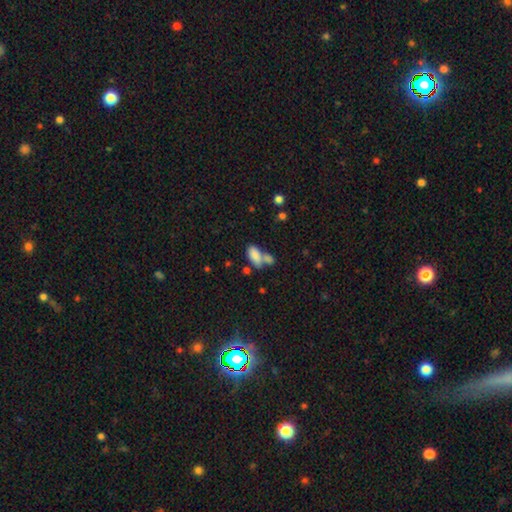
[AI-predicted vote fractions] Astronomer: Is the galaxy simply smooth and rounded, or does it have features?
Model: smooth — 83%.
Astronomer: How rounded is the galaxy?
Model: in between — 90%.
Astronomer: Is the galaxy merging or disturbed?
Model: merger — 48% (runner-up: none, 34%).